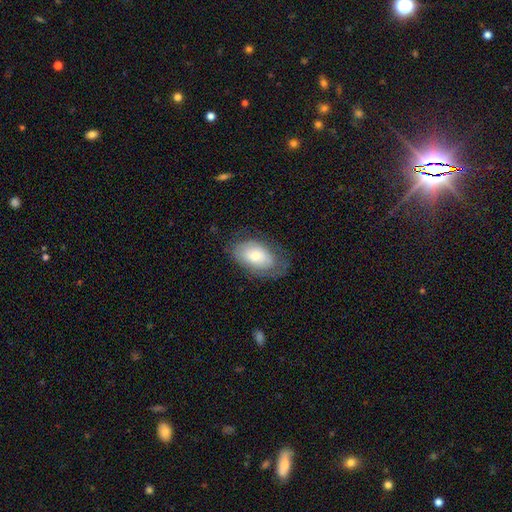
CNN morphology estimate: smooth 62%, featured or disk 32%, star or artifact 7%. Down the decision tree: how rounded — in between (92%); merging — none (62%).